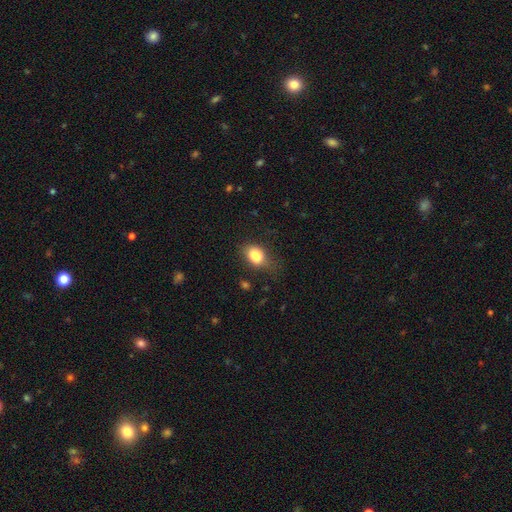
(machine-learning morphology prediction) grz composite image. It shows a smooth galaxy with no disk features (84%) that is in between round and cigar-shaped (76%). Merging: none (57%).